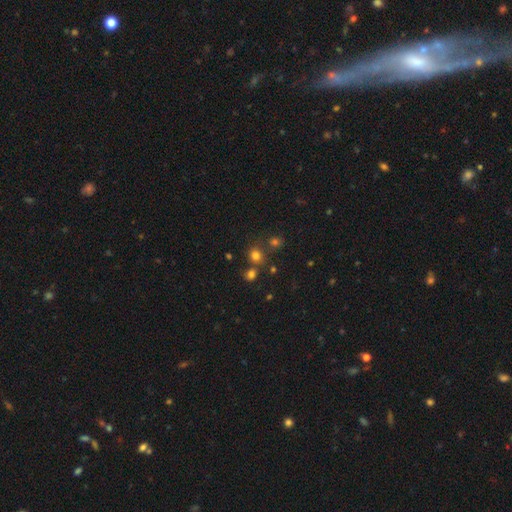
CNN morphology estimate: The model was most divided on "smooth or featured": smooth: 72%, star or artifact: 22%, featured or disk: 7%. More confident: how rounded — round (84%); merging — none (72%).